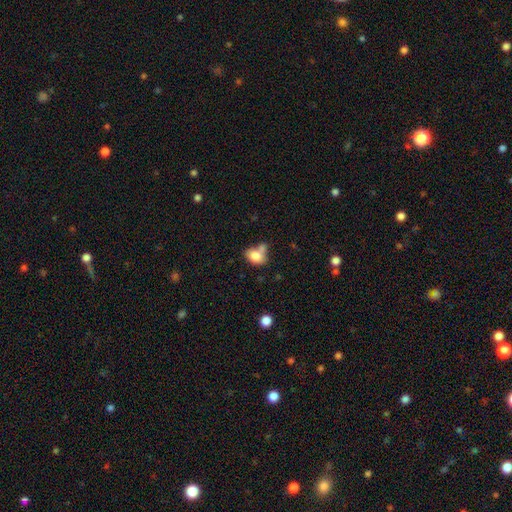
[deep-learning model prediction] Smooth or featured? Predicted: smooth (p=0.79). How rounded? Predicted: in between (p=0.69). Merging? Predicted: none (p=0.37).